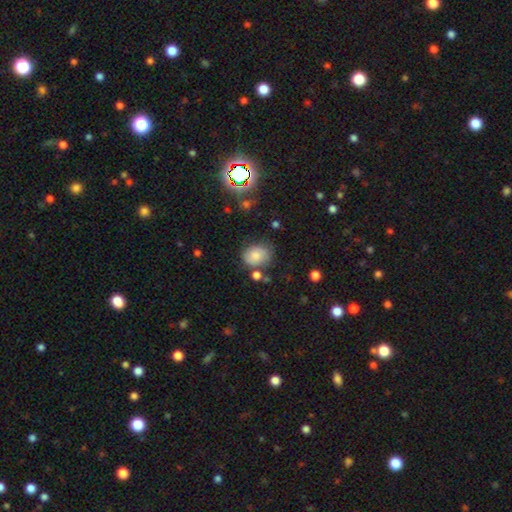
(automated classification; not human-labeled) smooth-or-featured: smooth: 76% | featured or disk: 13% | star or artifact: 11%
  how-rounded: round: 53% | in between: 46% | cigar-shaped: 1%
  merging: none: 64% | minor disturbance: 22% | merger: 8% | major disturbance: 7%